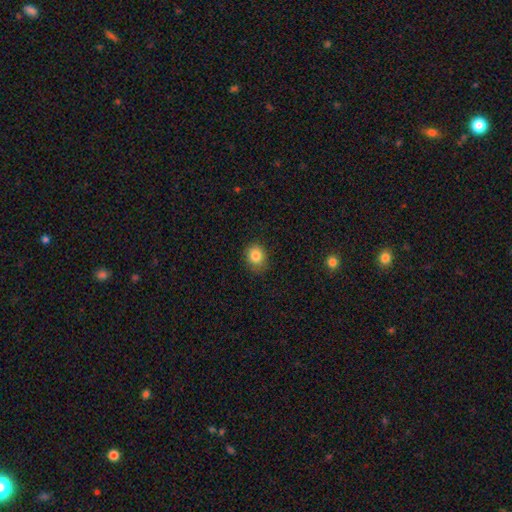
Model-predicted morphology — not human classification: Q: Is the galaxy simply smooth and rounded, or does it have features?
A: smooth — 82%.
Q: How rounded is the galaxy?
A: round — 68%.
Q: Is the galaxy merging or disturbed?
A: none — 82%.